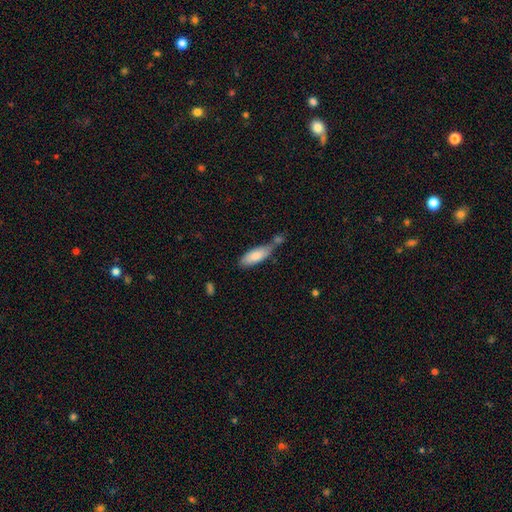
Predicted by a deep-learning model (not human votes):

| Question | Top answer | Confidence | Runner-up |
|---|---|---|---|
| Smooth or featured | smooth | 82% | featured or disk (12%) |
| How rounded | in between | 67% | cigar-shaped (31%) |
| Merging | none | 46% | merger (27%) |